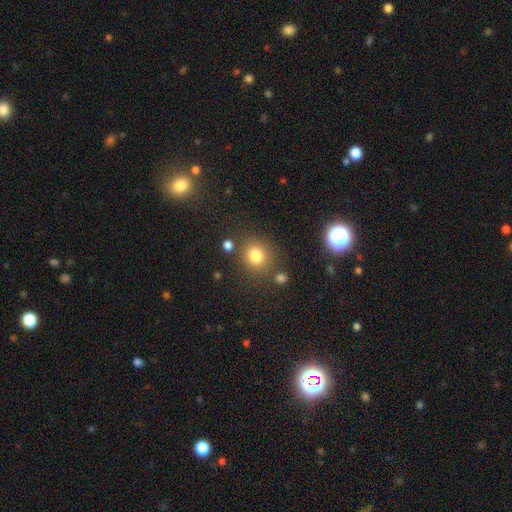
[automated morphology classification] smooth_or_featured: smooth (p=0.80) [alt: star or artifact p=0.14]
how_rounded: round (p=0.82) [alt: in between p=0.17]
merging: none (p=0.78) [alt: minor disturbance p=0.10]